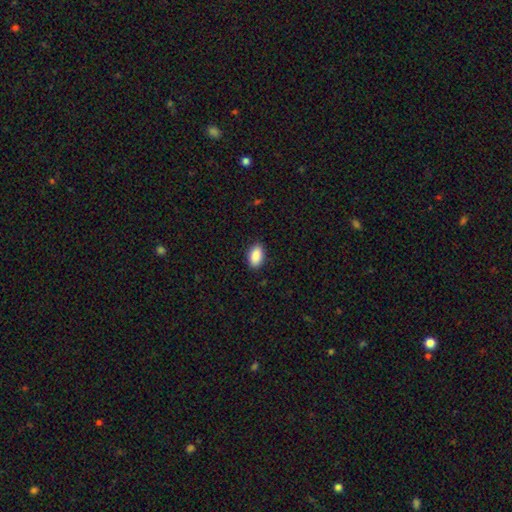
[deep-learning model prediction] Smooth or featured?
  - smooth: 90% *
  - star or artifact: 7%
  - featured or disk: 3%
How rounded?
  - in between: 94% *
  - round: 4%
  - cigar-shaped: 2%
Merging?
  - none: 89% *
  - minor disturbance: 8%
  - major disturbance: 2%
  - merger: 1%